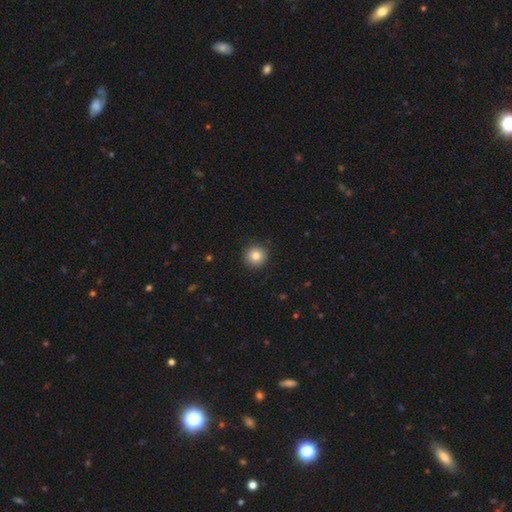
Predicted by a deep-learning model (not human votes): smooth_or_featured: smooth (p=0.83) [alt: star or artifact p=0.10]
how_rounded: round (p=0.95) [alt: in between p=0.04]
merging: none (p=0.91) [alt: minor disturbance p=0.06]